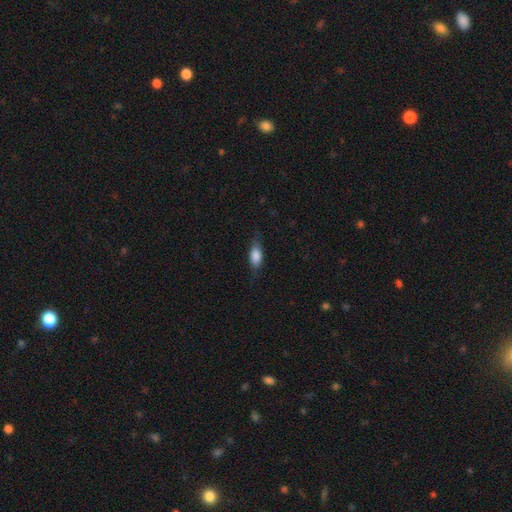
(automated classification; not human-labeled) This is likely a smooth galaxy (78%). How rounded: likely in between (80%). Merging: likely none (70%).